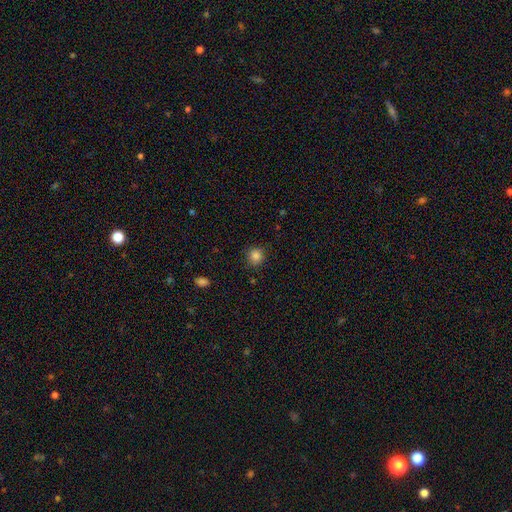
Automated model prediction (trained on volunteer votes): A smooth galaxy with no disk features (84%) that is round (90%).

Vote fractions:
- Smooth or featured? smooth: 84% / star or artifact: 12% / featured or disk: 4%
- How rounded? round: 90% / in between: 9% / cigar-shaped: 1%
- Merging? none: 87% / minor disturbance: 9% / major disturbance: 3% / merger: 1%